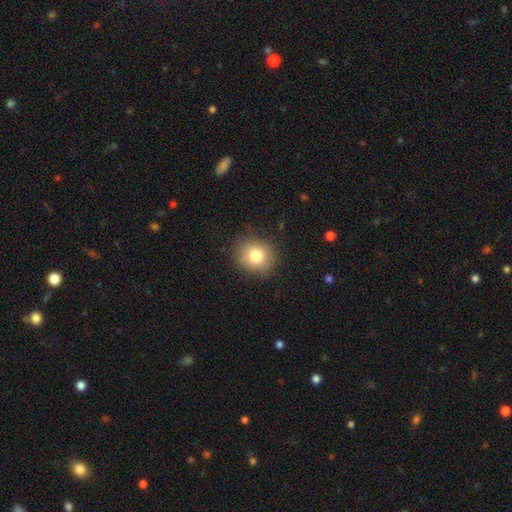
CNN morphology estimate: The model was most divided on "how rounded": round: 83%, in between: 16%, cigar-shaped: 1%. More confident: merging — none (87%); smooth or featured — smooth (80%).